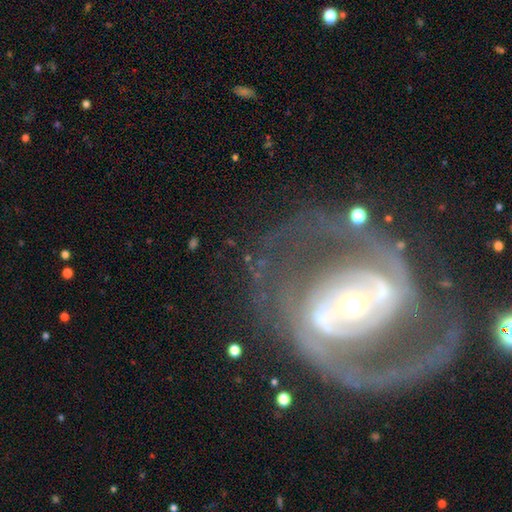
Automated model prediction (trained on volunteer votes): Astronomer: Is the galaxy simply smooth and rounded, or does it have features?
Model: featured or disk — 88%.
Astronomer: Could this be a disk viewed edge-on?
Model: no — 97%.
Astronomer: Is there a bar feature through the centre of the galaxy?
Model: no — 39% (runner-up: strong, 31%).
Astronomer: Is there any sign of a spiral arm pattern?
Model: yes — 93%.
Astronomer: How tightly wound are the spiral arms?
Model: medium — 50% (runner-up: tight, 32%).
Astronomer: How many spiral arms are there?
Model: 2 — 80%.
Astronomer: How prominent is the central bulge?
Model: small — 53% (runner-up: moderate, 37%).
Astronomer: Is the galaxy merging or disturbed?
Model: none — 61%.